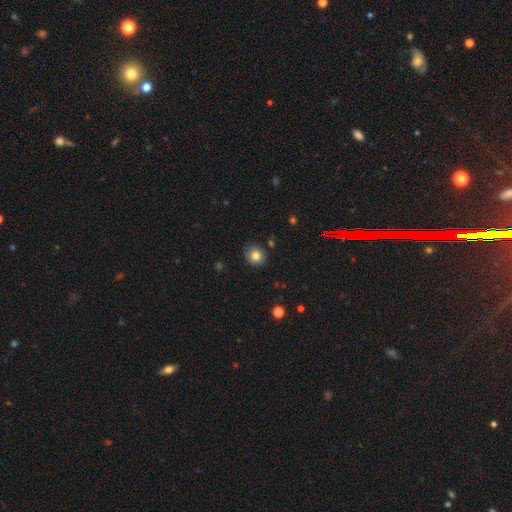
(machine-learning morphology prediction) Smooth or featured?
  - smooth: 82% *
  - star or artifact: 11%
  - featured or disk: 7%
How rounded?
  - round: 82% *
  - in between: 17%
  - cigar-shaped: 1%
Merging?
  - none: 85% *
  - minor disturbance: 11%
  - major disturbance: 2%
  - merger: 2%